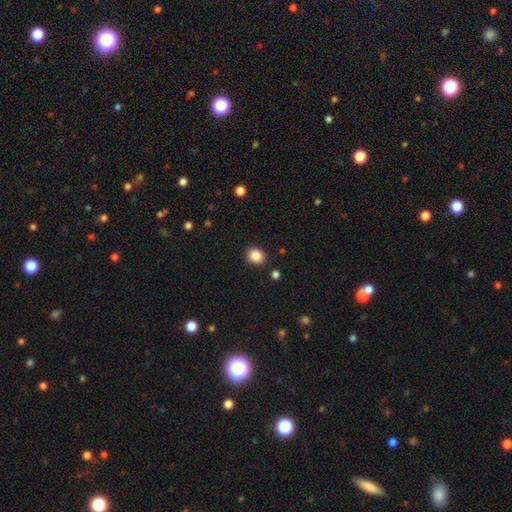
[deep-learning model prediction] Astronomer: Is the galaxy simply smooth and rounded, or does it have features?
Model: smooth — 87%.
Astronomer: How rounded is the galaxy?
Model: round — 72%.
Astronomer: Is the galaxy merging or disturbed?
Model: none — 89%.